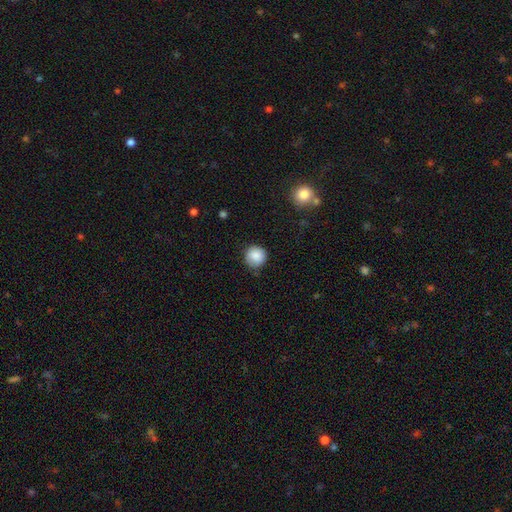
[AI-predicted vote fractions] smooth 87%, star or artifact 9%, featured or disk 5%. Down the decision tree: how rounded — round (94%); merging — none (83%).